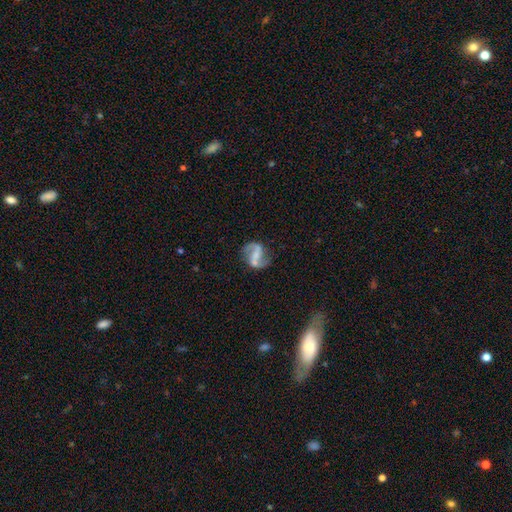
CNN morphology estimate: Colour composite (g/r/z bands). It shows a featured or disk galaxy (85%) with a weak bar (41%), 2 (92%) loose (48%) spiral arms (95%) and no central bulge (40%). Merging: none (70%).